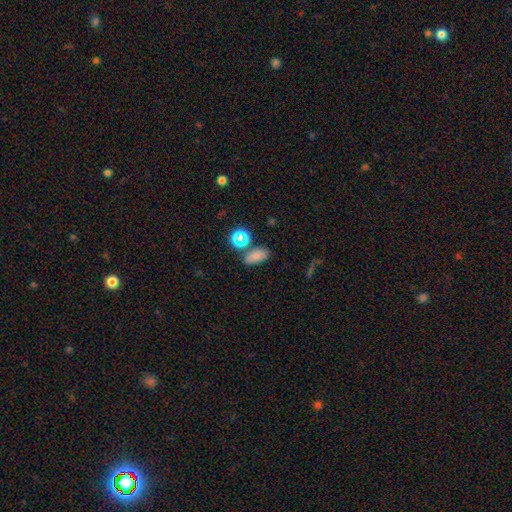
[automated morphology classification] smooth_or_featured: smooth (p=0.71) [alt: star or artifact p=0.20]
how_rounded: in between (p=0.87) [alt: round p=0.10]
merging: none (p=0.69) [alt: minor disturbance p=0.15]